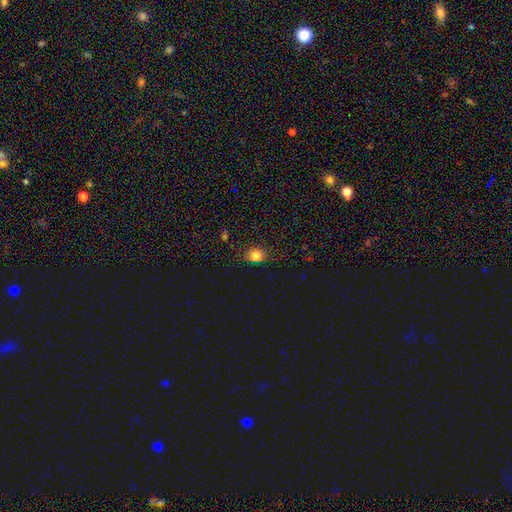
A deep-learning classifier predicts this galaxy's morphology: smooth-or-featured: smooth: 81% | star or artifact: 13% | featured or disk: 6%
  how-rounded: round: 65% | in between: 33% | cigar-shaped: 1%
  merging: none: 82% | minor disturbance: 14% | major disturbance: 3% | merger: 1%